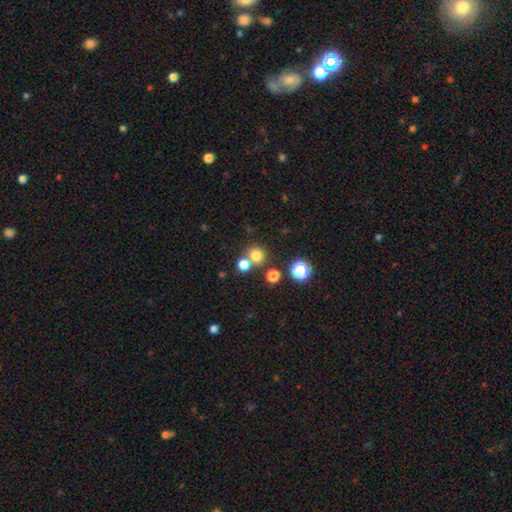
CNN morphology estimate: A smooth galaxy with no disk features (75%) that is round (89%). Merging: none (67%).